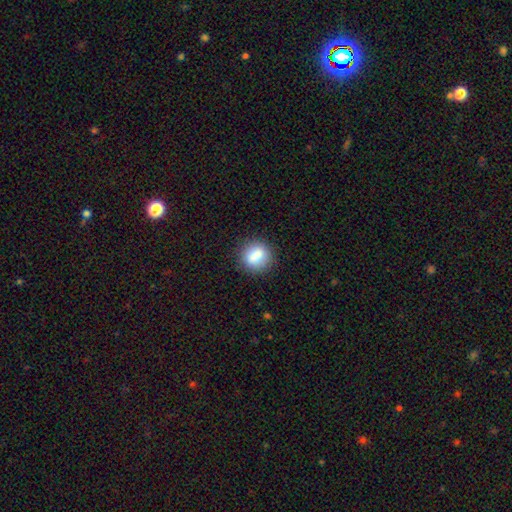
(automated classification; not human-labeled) Morphology: type=smooth (79%); roundness=round (73%); merging=none (84%).